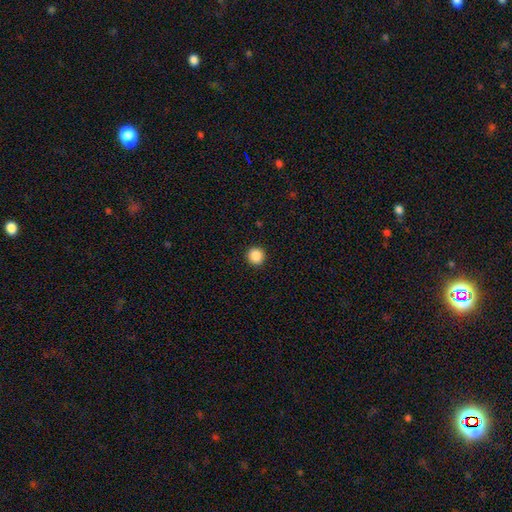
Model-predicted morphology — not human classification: Q: Smooth or featured?
A: smooth (88%); runner-up: star or artifact (10%)
Q: How rounded?
A: round (95%); runner-up: in between (4%)
Q: Merging?
A: none (93%); runner-up: minor disturbance (4%)